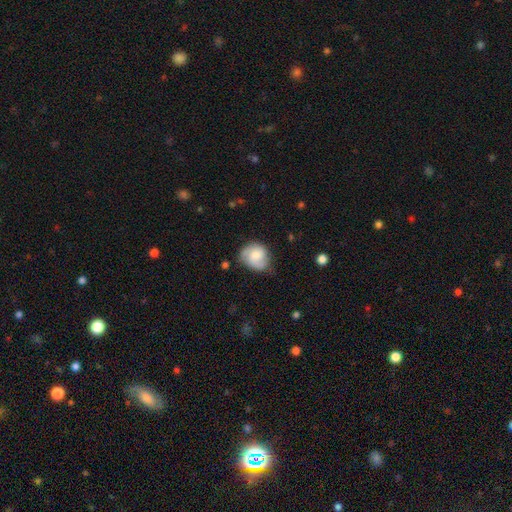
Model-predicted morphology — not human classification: Smooth or featured? smooth (49%)
Merging? none (57%)